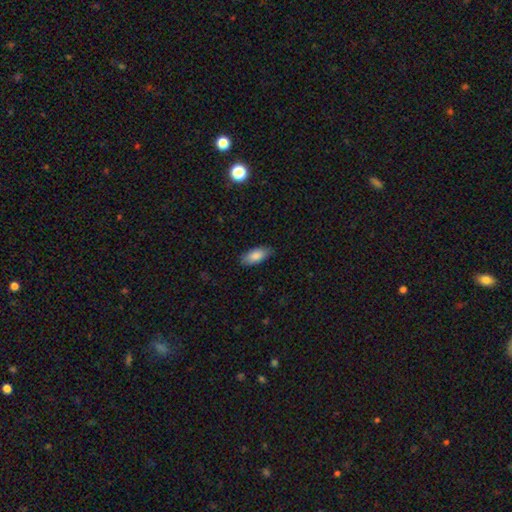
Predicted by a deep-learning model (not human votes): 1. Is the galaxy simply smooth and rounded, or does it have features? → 86% smooth, 7% featured or disk, 6% star or artifact.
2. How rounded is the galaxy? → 87% in between, 11% cigar-shaped, 2% round.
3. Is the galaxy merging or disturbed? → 83% none, 13% minor disturbance, 2% major disturbance, 1% merger.